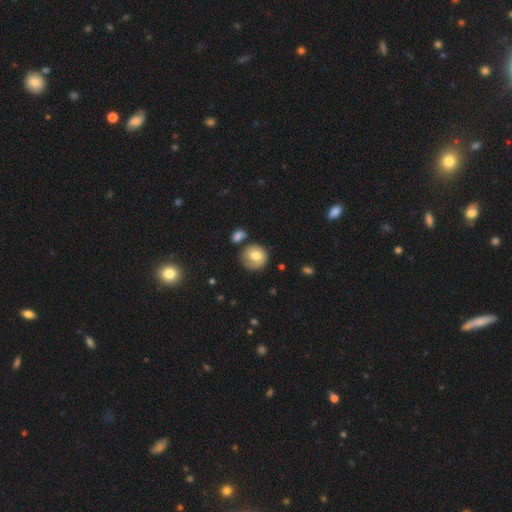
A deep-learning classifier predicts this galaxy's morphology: A smooth galaxy with no disk features (68%) that is round (87%). Merging: none (67%).